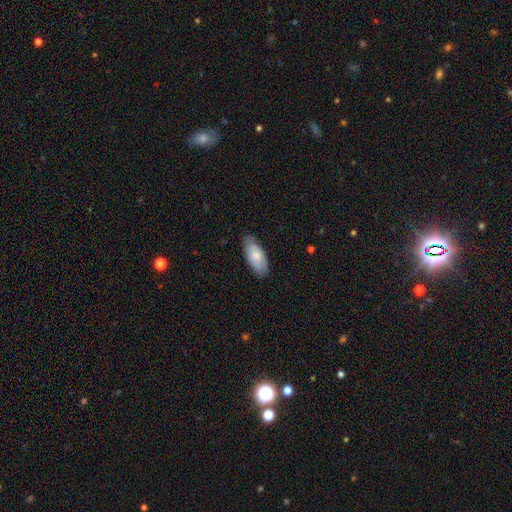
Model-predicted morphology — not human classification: Q: Smooth or featured?
A: smooth (72%); runner-up: featured or disk (23%)
Q: How rounded?
A: in between (86%); runner-up: cigar-shaped (12%)
Q: Merging?
A: none (80%); runner-up: minor disturbance (16%)